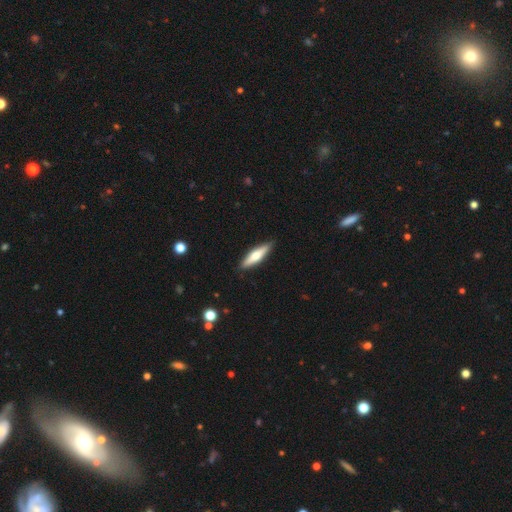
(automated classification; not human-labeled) A smooth galaxy with no disk features (51%) that is cigar-shaped (74%). Merging: none (89%).